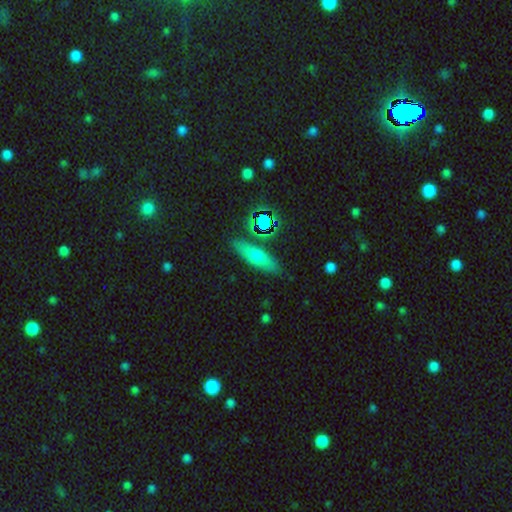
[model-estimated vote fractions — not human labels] Smooth or featured? smooth (60%)
How rounded? cigar-shaped (56%)
Merging? none (83%)